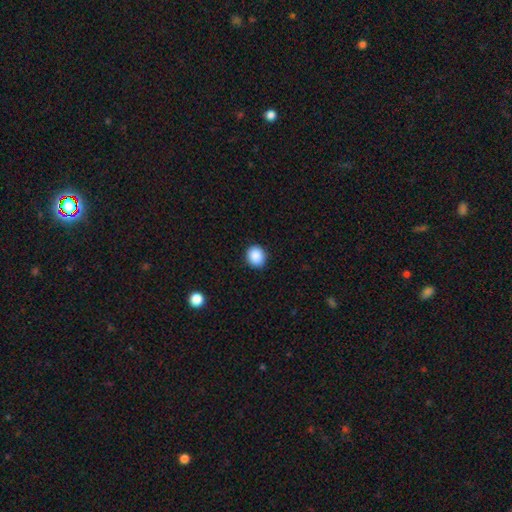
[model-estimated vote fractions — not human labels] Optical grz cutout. It shows a smooth galaxy with no disk features (88%) that is round (76%). Merging: none (90%).